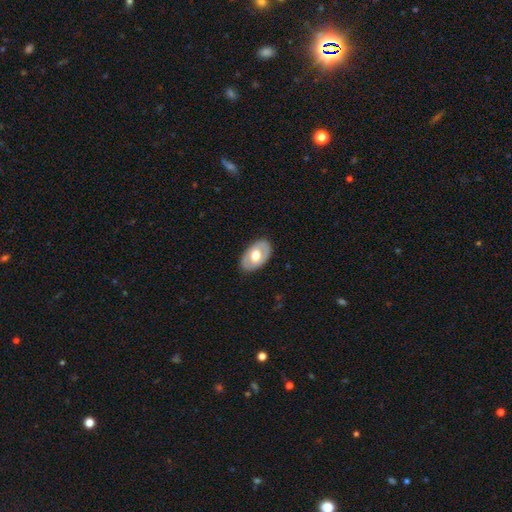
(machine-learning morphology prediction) Smooth or featured: smooth — 49% (featured or disk — 46%)
Merging: none — 85% (minor disturbance — 12%)